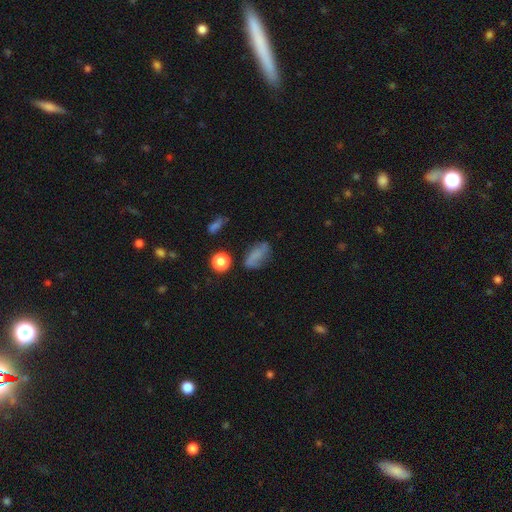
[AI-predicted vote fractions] A smooth galaxy with no disk features (59%) that is in between round and cigar-shaped (78%). Merging: none (61%).